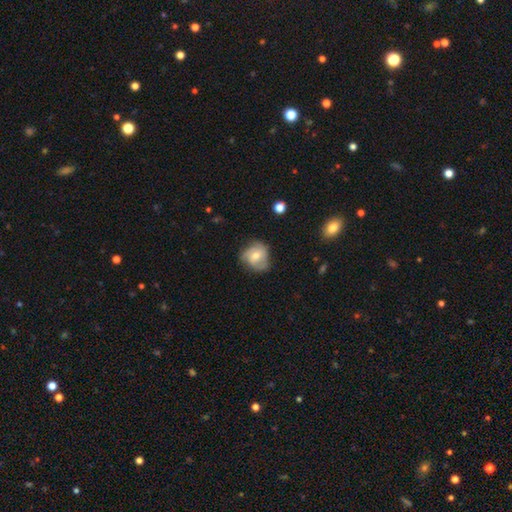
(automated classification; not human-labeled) smooth 50%, featured or disk 42%, star or artifact 8%. Down the decision tree: how rounded — round (68%); merging — none (51%).